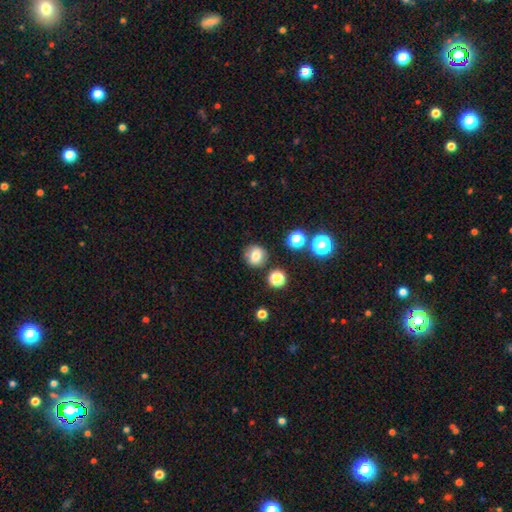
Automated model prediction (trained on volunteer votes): A smooth galaxy with no disk features (76%) that is round (82%). Merging: none (82%).